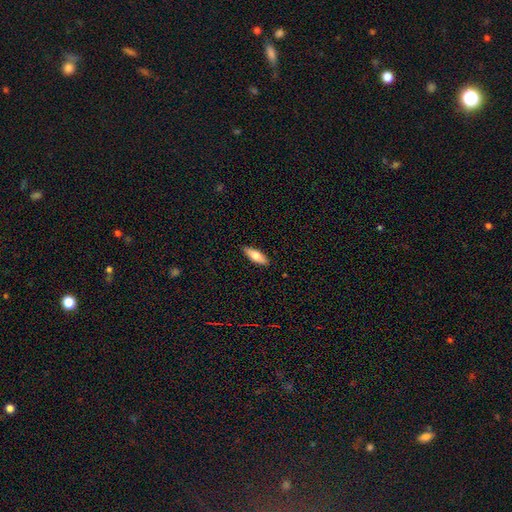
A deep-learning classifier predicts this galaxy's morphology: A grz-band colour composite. It shows a smooth galaxy with no disk features (70%) that is in between round and cigar-shaped (59%). Merging: none (90%).